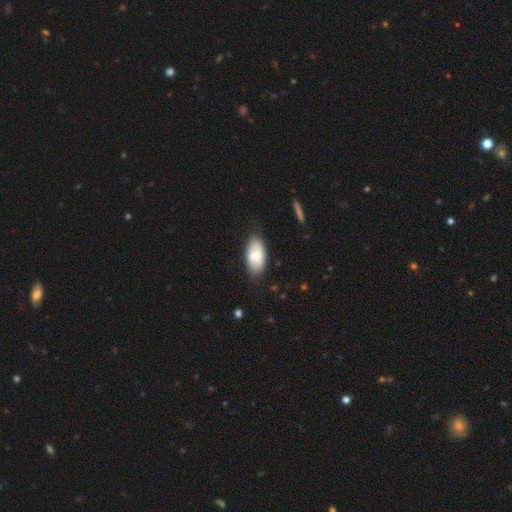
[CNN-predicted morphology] A smooth galaxy with no disk features (73%) that is in between round and cigar-shaped (94%). Merging: none (78%).